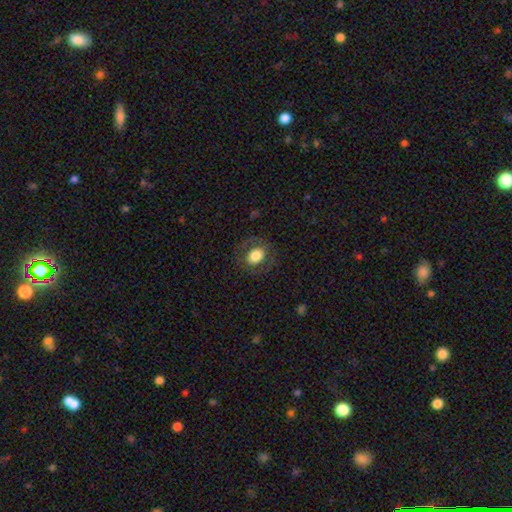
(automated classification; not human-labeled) Smooth or featured? smooth (71%)
How rounded? in between (57%)
Merging? none (79%)